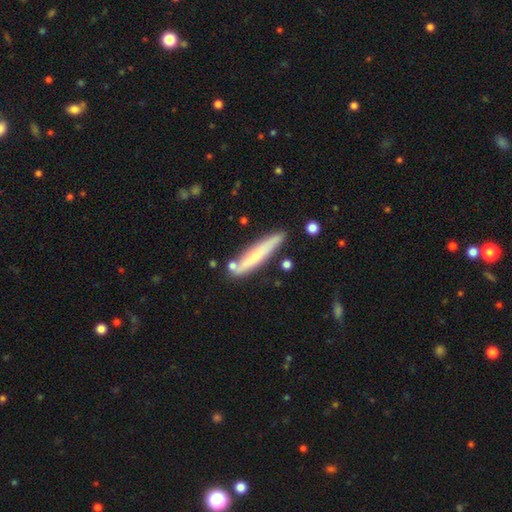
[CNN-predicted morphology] type=smooth (63%); roundness=cigar-shaped (93%); merging=none (77%).